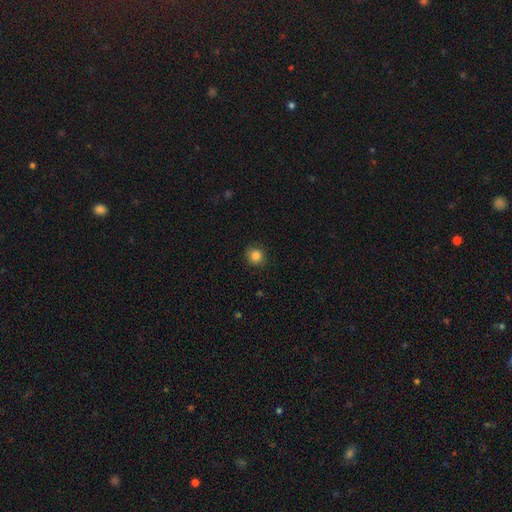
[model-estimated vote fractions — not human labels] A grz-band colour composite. It shows a smooth galaxy with no disk features (85%) that is round (89%). Merging: none (86%).